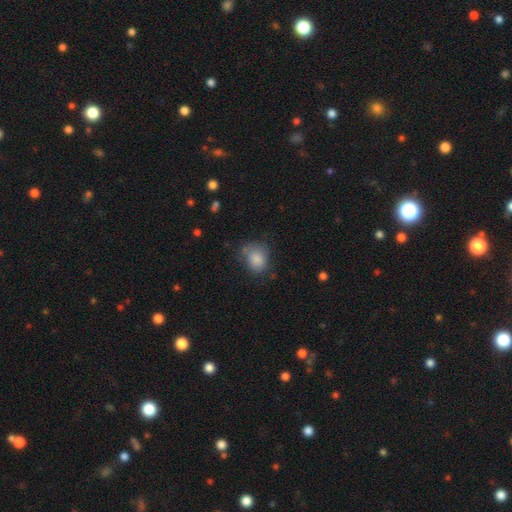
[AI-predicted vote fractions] Smooth or featured?
  - smooth: 83% *
  - star or artifact: 9%
  - featured or disk: 8%
How rounded?
  - round: 53% *
  - in between: 46%
  - cigar-shaped: 1%
Merging?
  - none: 56% *
  - minor disturbance: 28%
  - major disturbance: 11%
  - merger: 5%